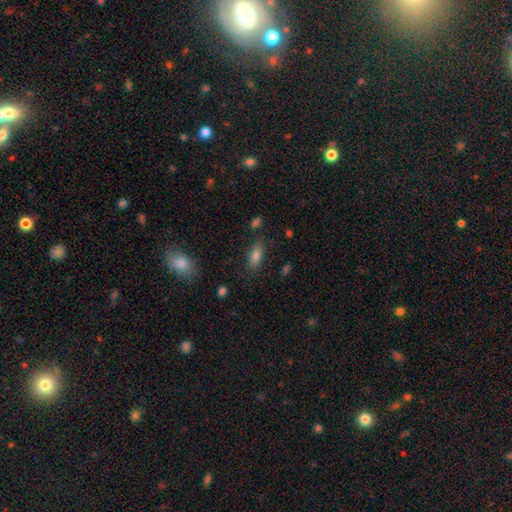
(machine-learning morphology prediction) Smooth or featured? Predicted: smooth (p=0.81). How rounded? Predicted: in between (p=0.81). Merging? Predicted: none (p=0.80).